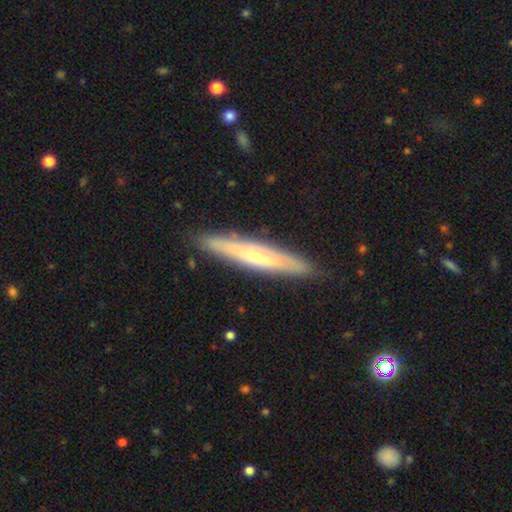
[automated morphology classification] This is possibly a featured or disk galaxy (53%). It is clearly viewed edge-on (87%). Merging: clearly none (89%).